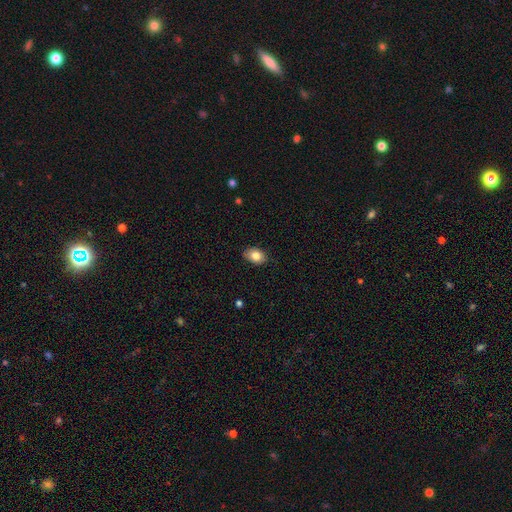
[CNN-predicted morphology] Smooth or featured? smooth (84%)
How rounded? in between (82%)
Merging? none (84%)